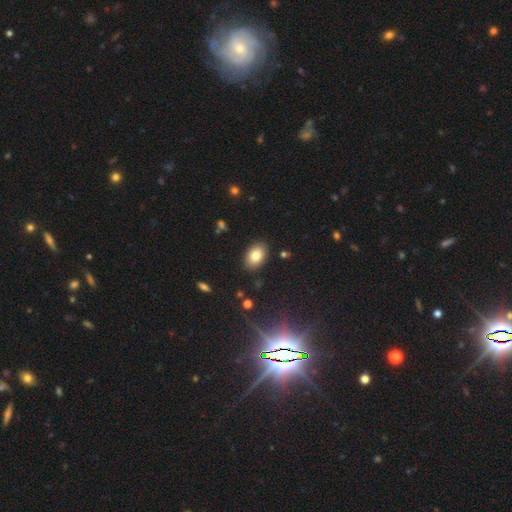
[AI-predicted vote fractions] This appears to be a smooth galaxy with no disk features (81%) that is in between round and cigar-shaped (85%). Merging: none (88%).